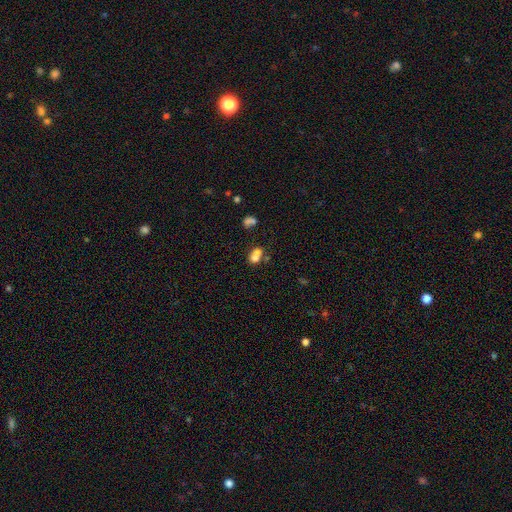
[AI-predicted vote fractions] Morphology: type=smooth (69%); roundness=round (56%); merging=merger (60%).